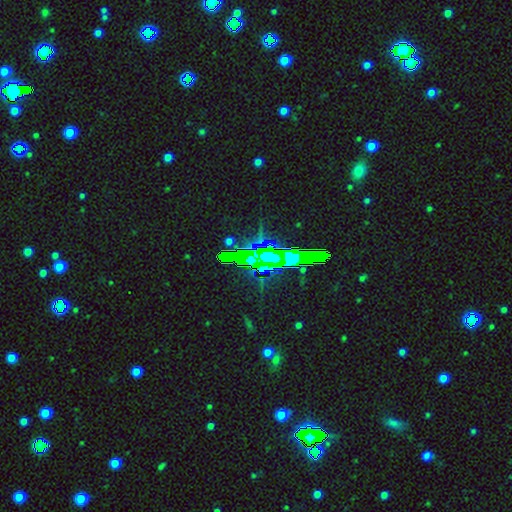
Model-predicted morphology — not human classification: A star or artifact, not a galaxy (82%).